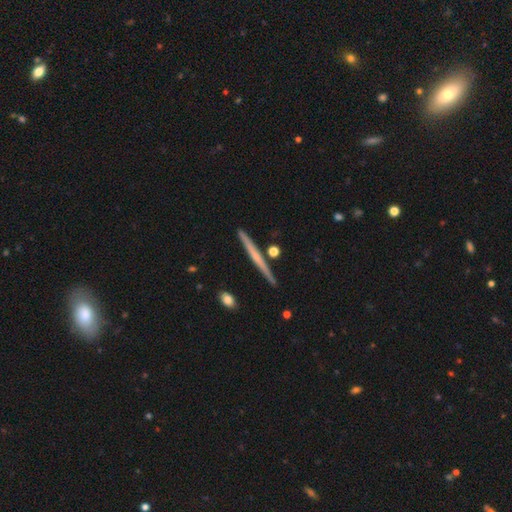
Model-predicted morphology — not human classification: The model was most divided on "smooth or featured": featured or disk: 57%, smooth: 37%, star or artifact: 6%. More confident: edge-on disk — yes (98%); merging — none (90%); edge-on bulge — none (71%).